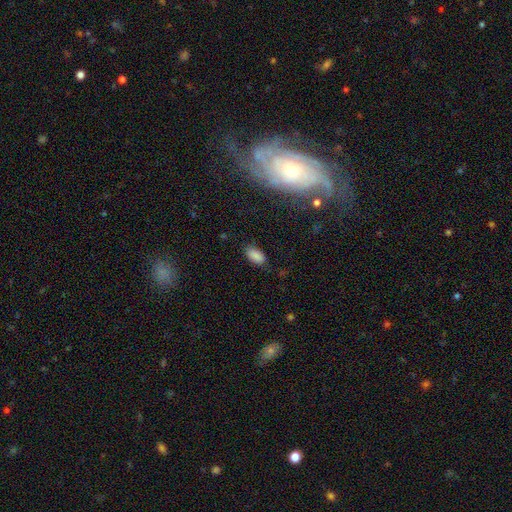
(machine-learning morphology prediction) A smooth galaxy with no disk features (86%) that is in between round and cigar-shaped (93%).

Vote fractions:
- Smooth or featured? smooth: 86% / star or artifact: 10% / featured or disk: 4%
- How rounded? in between: 93% / round: 3% / cigar-shaped: 3%
- Merging? none: 82% / minor disturbance: 13% / major disturbance: 3% / merger: 1%